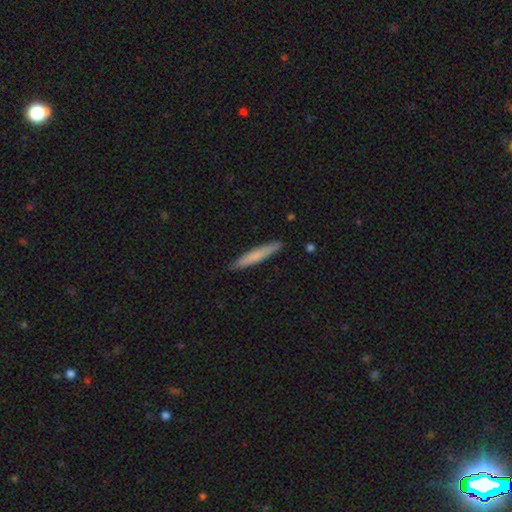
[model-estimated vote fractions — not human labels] This appears to be a smooth galaxy with no disk features (72%) that is cigar-shaped (94%). Merging: none (90%).